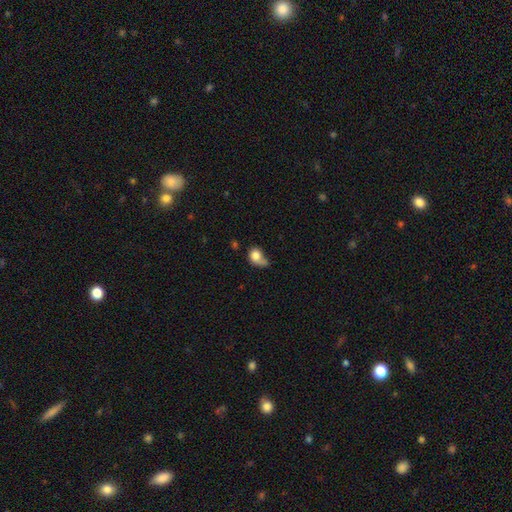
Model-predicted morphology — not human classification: Overall: smooth (78%). How rounded: round (51%; in between 47%). Merging: minor disturbance (30%; none 28%).